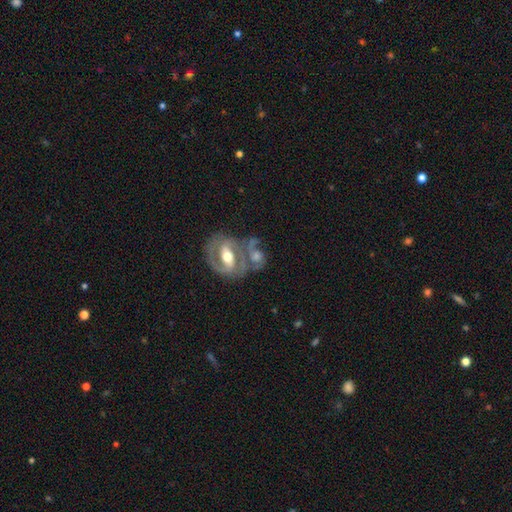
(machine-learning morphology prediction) type=featured or disk (73%); edge-on=no (94%); bar=weak (38%); spiral arms=yes (79%); winding=medium (43%); arm count=2 (71%); bulge=moderate (71%); merging=none (39%, tied with merger).